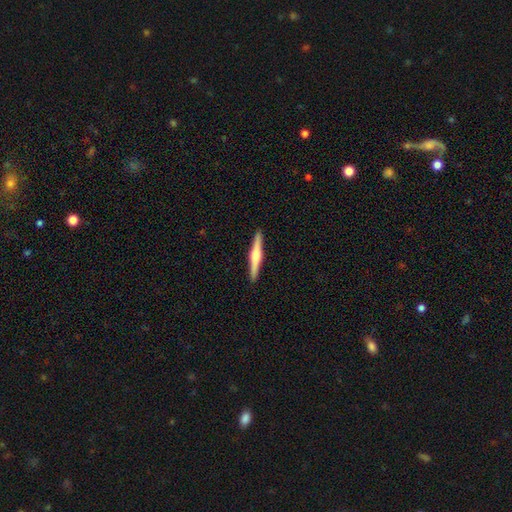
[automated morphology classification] Smooth or featured: featured or disk — 64% (smooth — 31%)
Edge-on disk: yes — 98% (no — 2%)
Edge-on bulge: rounded — 78% (boxy — 15%)
Merging: none — 92% (minor disturbance — 6%)